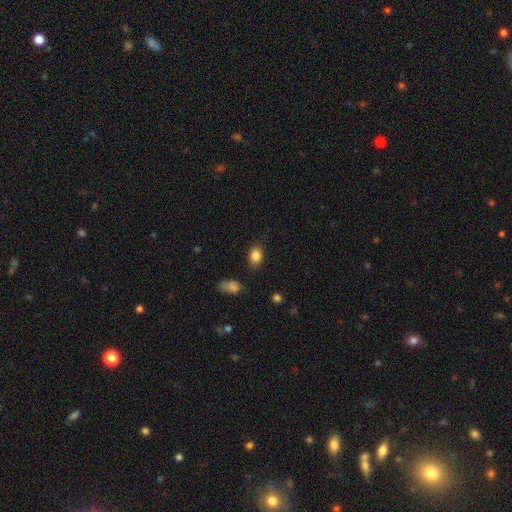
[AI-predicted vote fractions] Q: Smooth or featured?
A: smooth (86%); runner-up: star or artifact (9%)
Q: How rounded?
A: in between (74%); runner-up: round (25%)
Q: Merging?
A: none (83%); runner-up: minor disturbance (12%)